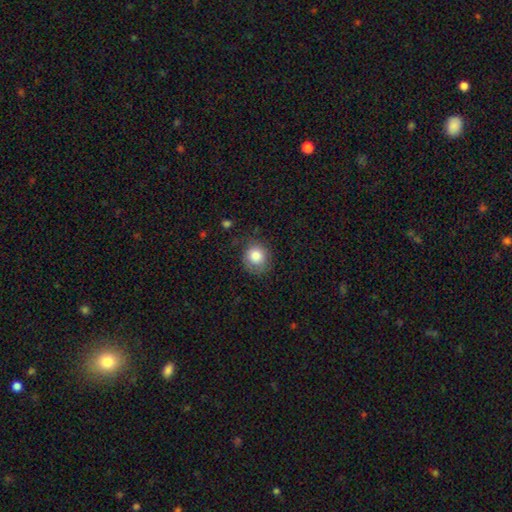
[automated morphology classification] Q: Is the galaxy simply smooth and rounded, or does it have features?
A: smooth — 83%.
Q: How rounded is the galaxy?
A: round — 82%.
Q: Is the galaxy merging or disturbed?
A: none — 73%.